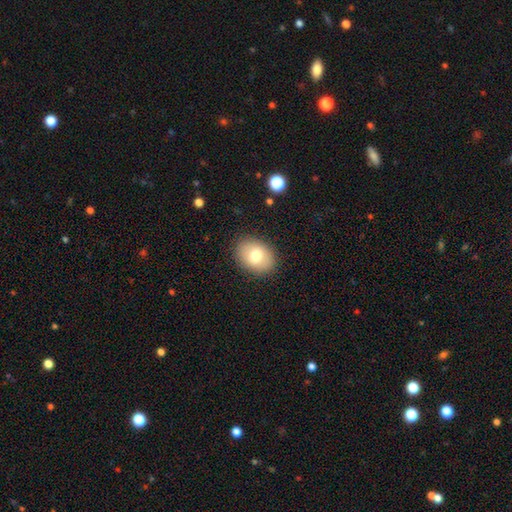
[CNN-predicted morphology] A smooth galaxy with no disk features (74%) that is in between round and cigar-shaped (68%). Merging: none (87%).